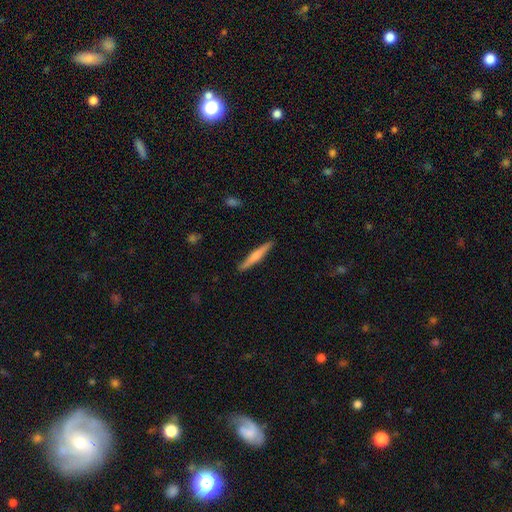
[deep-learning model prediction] smooth-or-featured: smooth: 52% | featured or disk: 43% | star or artifact: 6%
  how-rounded: cigar-shaped: 94% | in between: 4% | round: 1%
  merging: none: 90% | minor disturbance: 7% | major disturbance: 1% | merger: 1%